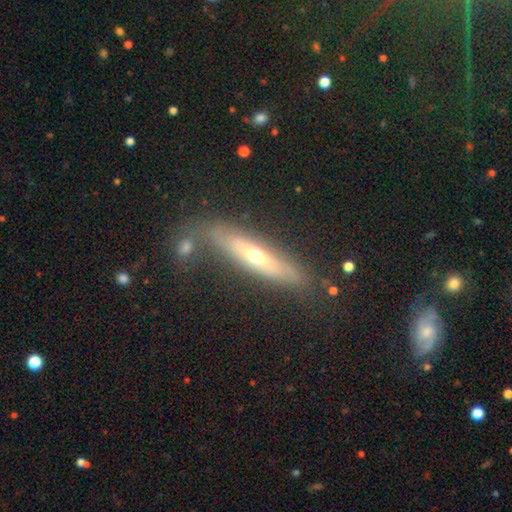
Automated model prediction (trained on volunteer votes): Smooth or featured?
  - featured or disk: 58% *
  - smooth: 35%
  - star or artifact: 8%
Edge-on disk?
  - yes: 64% *
  - no: 36%
Merging?
  - none: 71% *
  - minor disturbance: 16%
  - major disturbance: 7%
  - merger: 6%